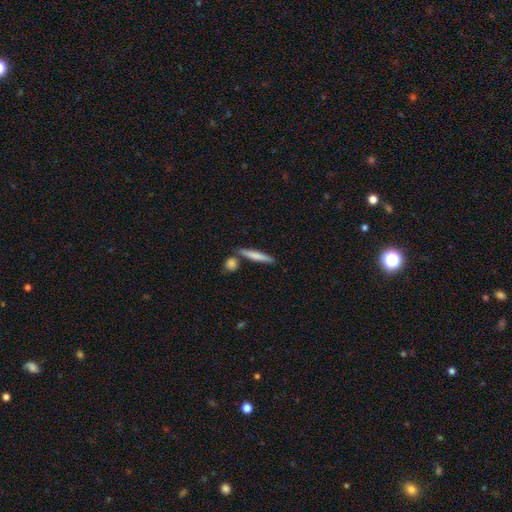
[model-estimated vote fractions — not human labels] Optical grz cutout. It shows a smooth galaxy with no disk features (71%) that is cigar-shaped (90%). Merging: none (76%).